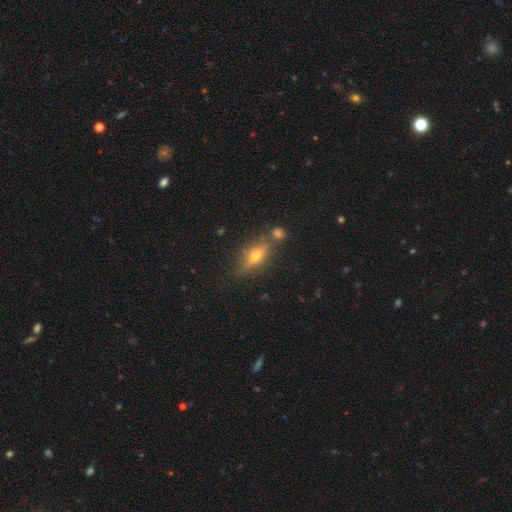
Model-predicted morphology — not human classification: A featured or disk galaxy (48%).

Vote fractions:
- Smooth or featured? featured or disk: 48% / smooth: 41% / star or artifact: 11%
- Merging? none: 71% / minor disturbance: 14% / merger: 10% / major disturbance: 5%